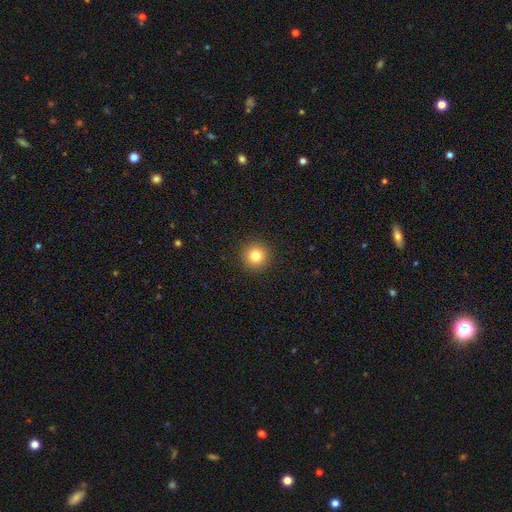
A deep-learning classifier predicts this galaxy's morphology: Q: Smooth or featured?
A: smooth (81%); runner-up: star or artifact (12%)
Q: How rounded?
A: round (95%); runner-up: in between (4%)
Q: Merging?
A: none (92%); runner-up: minor disturbance (5%)